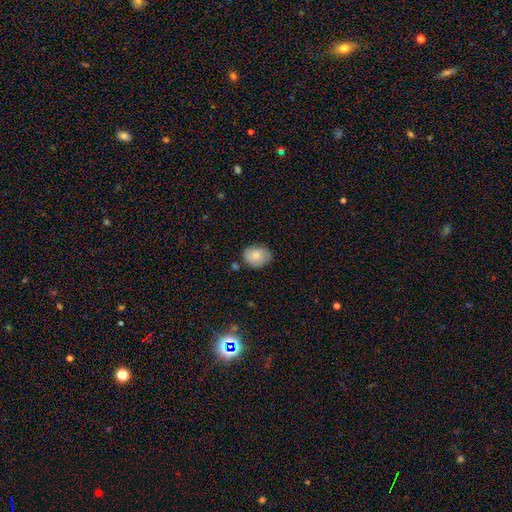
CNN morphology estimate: This appears to be a smooth galaxy with no disk features (73%) that is in between round and cigar-shaped (57%). Merging: none (70%).